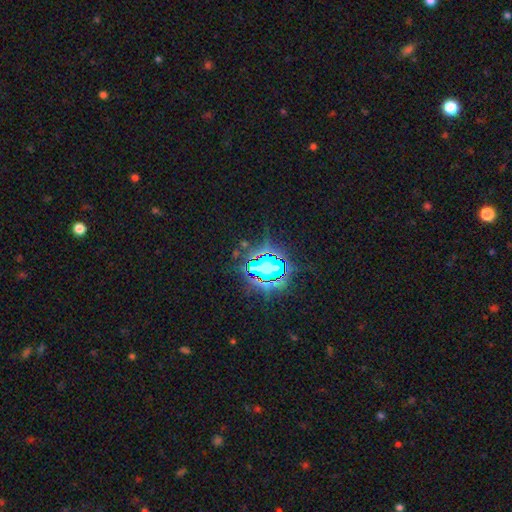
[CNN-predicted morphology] star or artifact 83%, smooth 11%, featured or disk 7%.